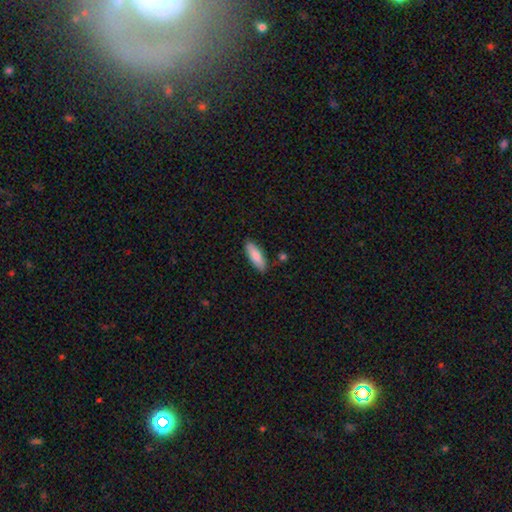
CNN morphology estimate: A smooth galaxy with no disk features (85%) that is in between round and cigar-shaped (60%).

Vote fractions:
- Smooth or featured? smooth: 85% / featured or disk: 9% / star or artifact: 6%
- How rounded? in between: 60% / cigar-shaped: 38% / round: 2%
- Merging? none: 83% / minor disturbance: 12% / merger: 3% / major disturbance: 2%